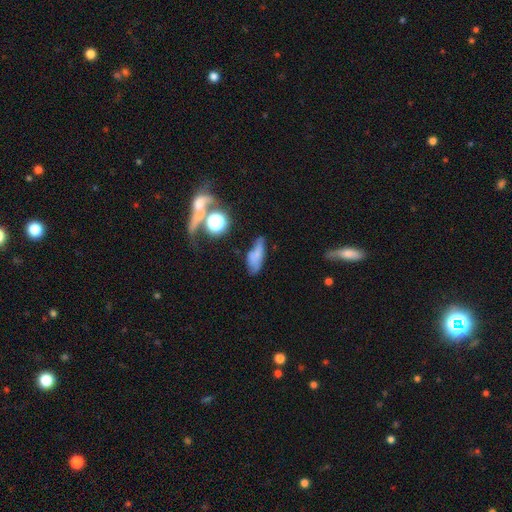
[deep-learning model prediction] smooth_or_featured: smooth (p=0.62) [alt: featured or disk p=0.24]
how_rounded: in between (p=0.65) [alt: cigar-shaped p=0.27]
merging: none (p=0.45) [alt: minor disturbance p=0.30]